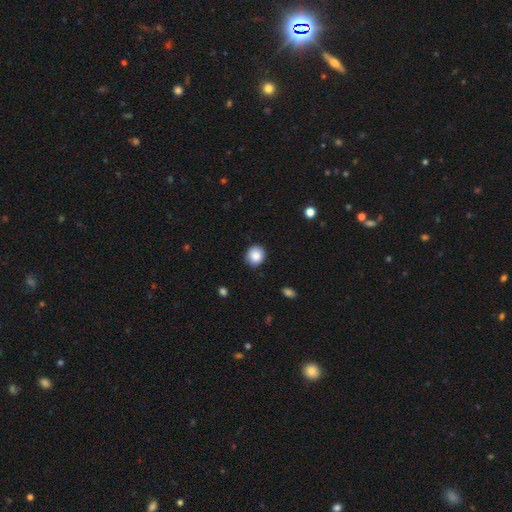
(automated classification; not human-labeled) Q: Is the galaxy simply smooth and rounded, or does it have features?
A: smooth — 86%.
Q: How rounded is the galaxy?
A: round — 82%.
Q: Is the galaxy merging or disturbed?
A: none — 83%.